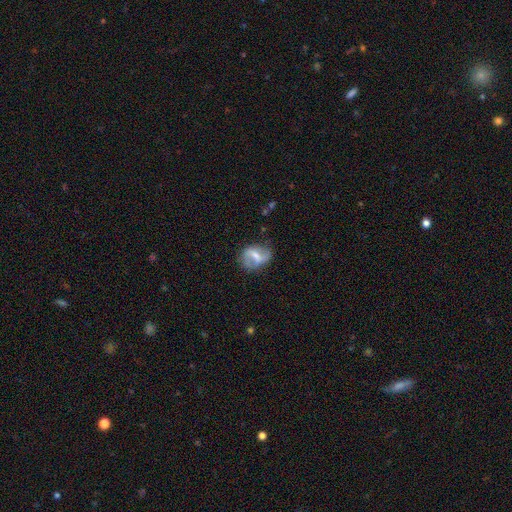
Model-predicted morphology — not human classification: This is likely a featured or disk galaxy (68%). It is clearly not viewed edge-on (96%). Bar: marginally weak (43%). Spiral arm pattern: likely yes (78%). Spiral arm count: clearly 2 (82%). Spiral winding: possibly loose (54%). Central bulge: marginally moderate (41%). Merging: likely none (65%).